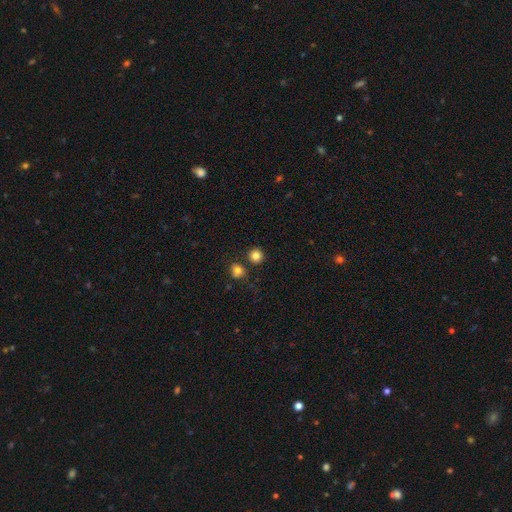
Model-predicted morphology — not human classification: Smooth or featured?
  - smooth: 83% *
  - star or artifact: 13%
  - featured or disk: 5%
How rounded?
  - round: 93% *
  - in between: 7%
  - cigar-shaped: 1%
Merging?
  - none: 83% *
  - merger: 8%
  - minor disturbance: 7%
  - major disturbance: 2%